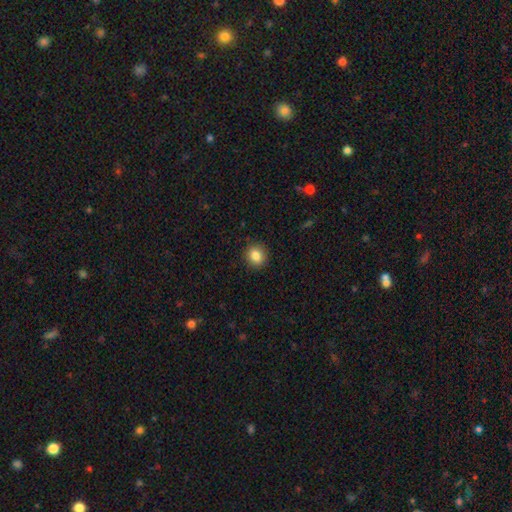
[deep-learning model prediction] Smooth or featured?
  - smooth: 85% *
  - star or artifact: 10%
  - featured or disk: 5%
How rounded?
  - round: 80% *
  - in between: 19%
  - cigar-shaped: 1%
Merging?
  - none: 90% *
  - minor disturbance: 7%
  - major disturbance: 2%
  - merger: 1%